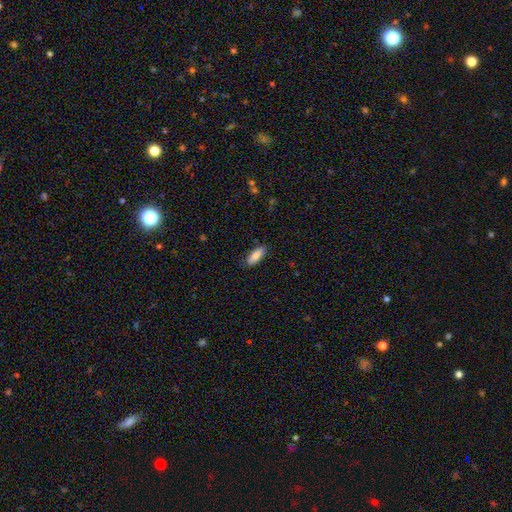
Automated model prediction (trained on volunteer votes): A smooth galaxy with no disk features (88%) that is in between round and cigar-shaped (71%).

Vote fractions:
- Smooth or featured? smooth: 88% / featured or disk: 6% / star or artifact: 6%
- How rounded? in between: 71% / cigar-shaped: 27% / round: 2%
- Merging? none: 85% / minor disturbance: 11% / major disturbance: 2% / merger: 1%